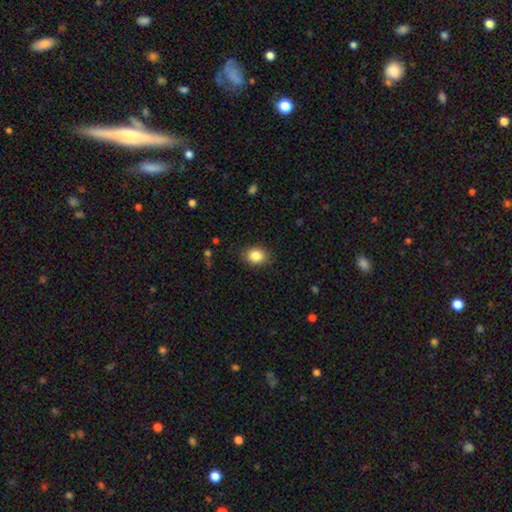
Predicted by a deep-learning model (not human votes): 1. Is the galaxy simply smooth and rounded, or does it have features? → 85% smooth, 9% star or artifact, 6% featured or disk.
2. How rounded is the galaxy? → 55% in between, 44% round, 1% cigar-shaped.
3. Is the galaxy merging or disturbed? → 84% none, 12% minor disturbance, 3% major disturbance, 1% merger.